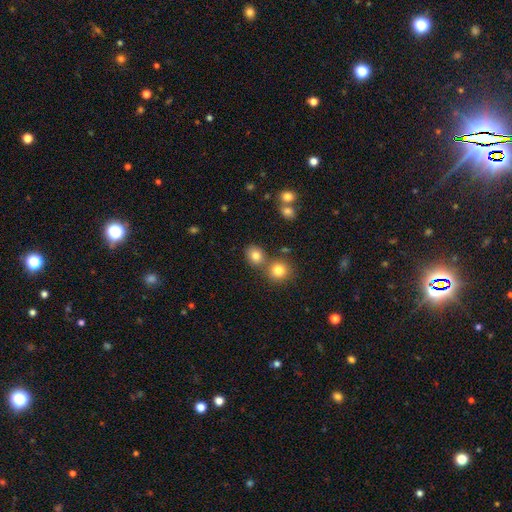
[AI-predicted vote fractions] smooth_or_featured: smooth (p=0.80) [alt: star or artifact p=0.13]
how_rounded: round (p=0.66) [alt: in between p=0.33]
merging: none (p=0.64) [alt: merger p=0.23]